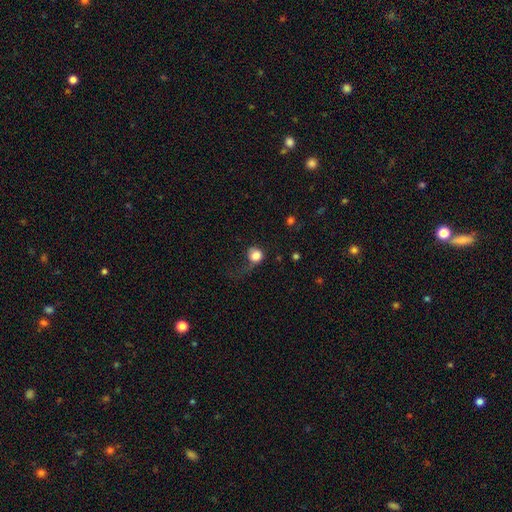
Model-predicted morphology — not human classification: type=smooth (81%); roundness=round (85%); merging=major disturbance (37%).